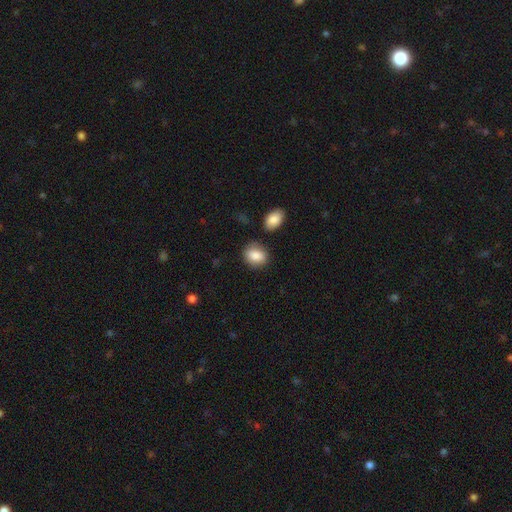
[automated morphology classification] smooth-or-featured: smooth: 85% | star or artifact: 8% | featured or disk: 7%
  how-rounded: in between: 52% | round: 47% | cigar-shaped: 1%
  merging: none: 77% | minor disturbance: 13% | merger: 6% | major disturbance: 4%